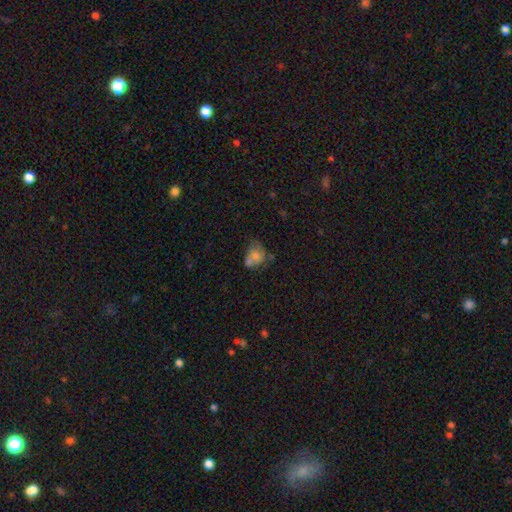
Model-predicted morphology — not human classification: Overall: smooth (63%; featured or disk 24%). How rounded: in between (55%; round 44%). Merging: merger (35%; none 29%).